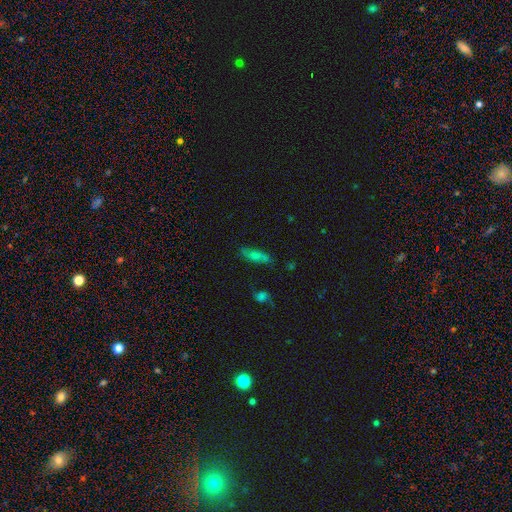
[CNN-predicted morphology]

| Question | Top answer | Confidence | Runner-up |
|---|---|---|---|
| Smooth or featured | smooth | 65% | featured or disk (24%) |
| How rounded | in between | 51% | cigar-shaped (45%) |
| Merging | none | 70% | minor disturbance (20%) |